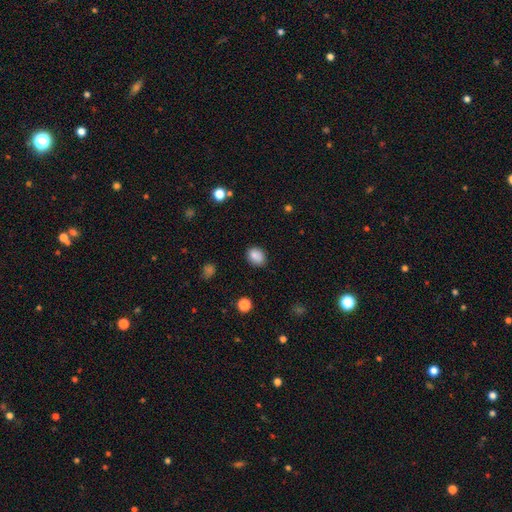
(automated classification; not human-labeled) Overall: smooth (86%). How rounded: in between (53%; round 46%). Merging: none (82%).